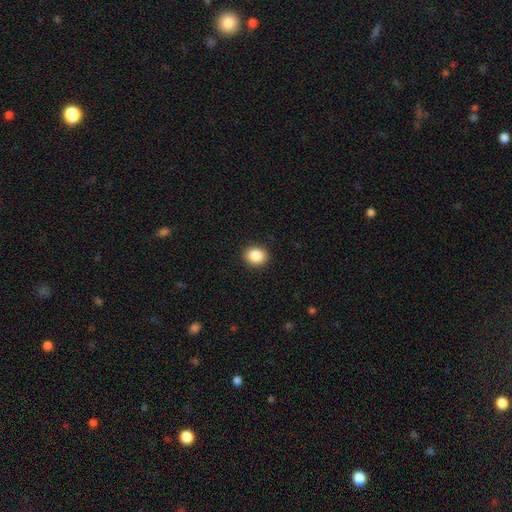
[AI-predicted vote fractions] A smooth galaxy with no disk features (87%) that is round (68%).

Vote fractions:
- Smooth or featured? smooth: 87% / star or artifact: 9% / featured or disk: 4%
- How rounded? round: 68% / in between: 31% / cigar-shaped: 1%
- Merging? none: 91% / minor disturbance: 6% / major disturbance: 2% / merger: 1%